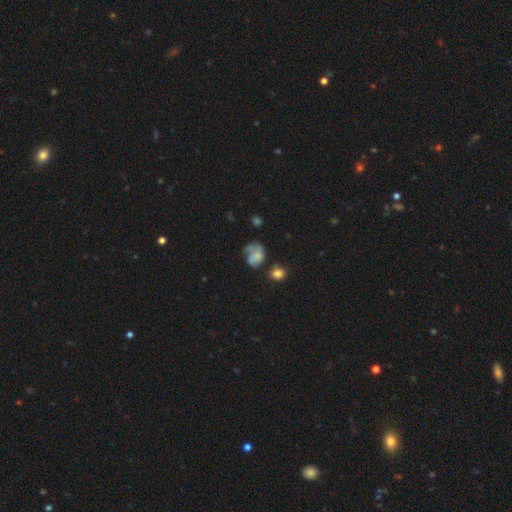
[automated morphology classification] type=smooth (47%); merging=none (34%).